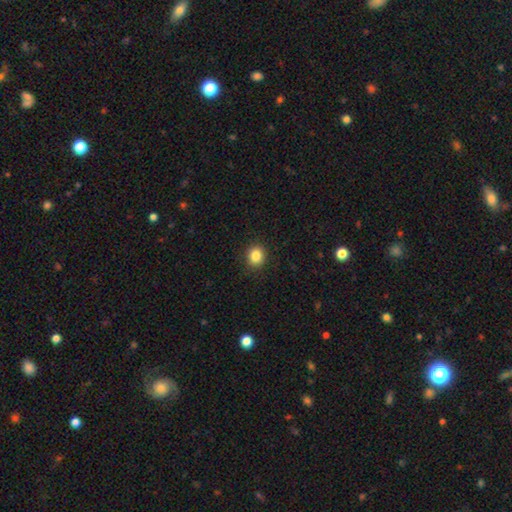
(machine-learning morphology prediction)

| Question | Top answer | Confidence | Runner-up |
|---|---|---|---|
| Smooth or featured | smooth | 85% | star or artifact (10%) |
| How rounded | round | 76% | in between (23%) |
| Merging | none | 90% | minor disturbance (7%) |